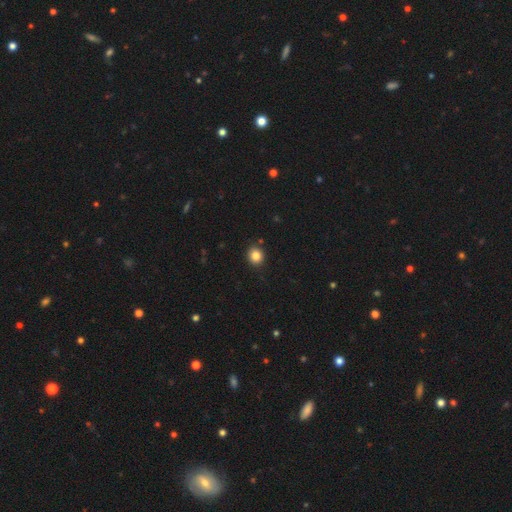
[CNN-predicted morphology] smooth_or_featured: smooth (p=0.84) [alt: star or artifact p=0.11]
how_rounded: round (p=0.85) [alt: in between p=0.14]
merging: none (p=0.90) [alt: minor disturbance p=0.07]